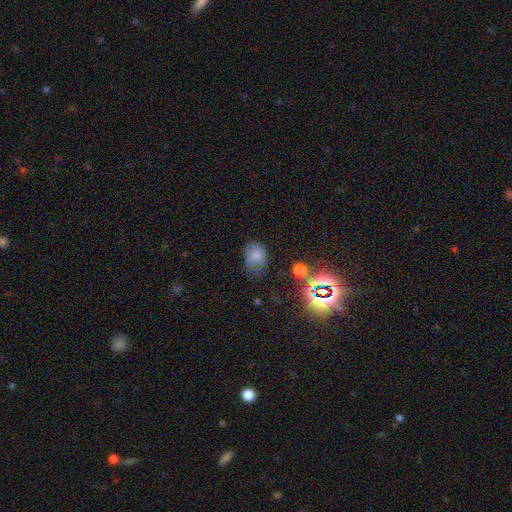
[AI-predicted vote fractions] Smooth or featured? Predicted: smooth (p=0.74). How rounded? Predicted: in between (p=0.65). Merging? Predicted: none (p=0.51).